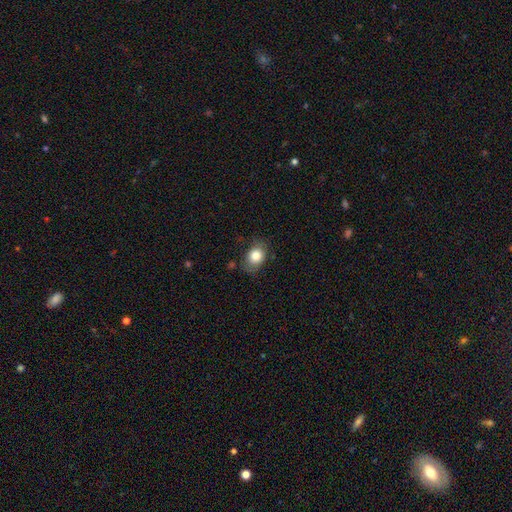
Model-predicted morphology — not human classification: type=smooth (80%); roundness=in between (62%); merging=none (72%).